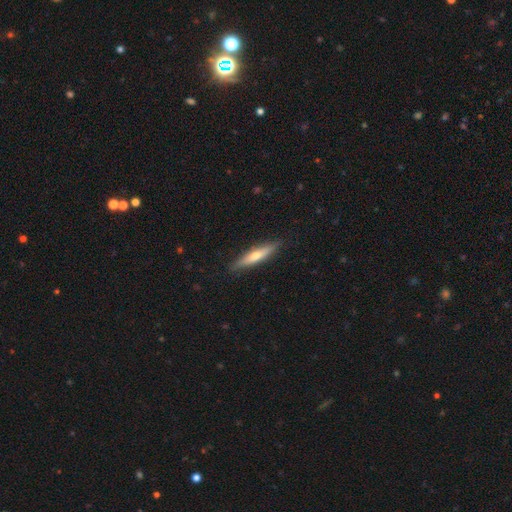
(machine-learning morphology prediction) Q: Smooth or featured?
A: featured or disk (49%); runner-up: smooth (46%)
Q: Merging?
A: none (88%); runner-up: minor disturbance (9%)